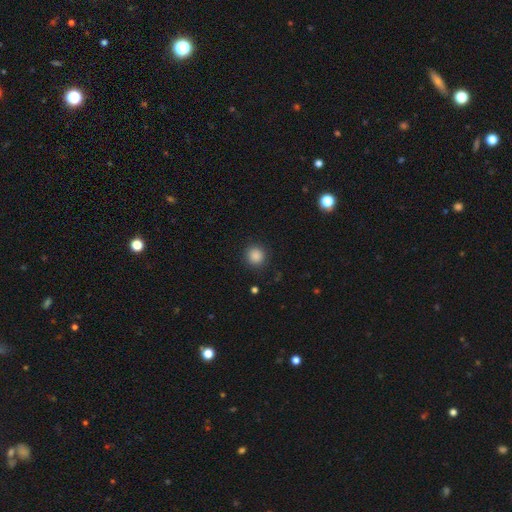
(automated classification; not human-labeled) smooth 87%, star or artifact 10%, featured or disk 3%. Down the decision tree: how rounded — round (92%); merging — none (90%).